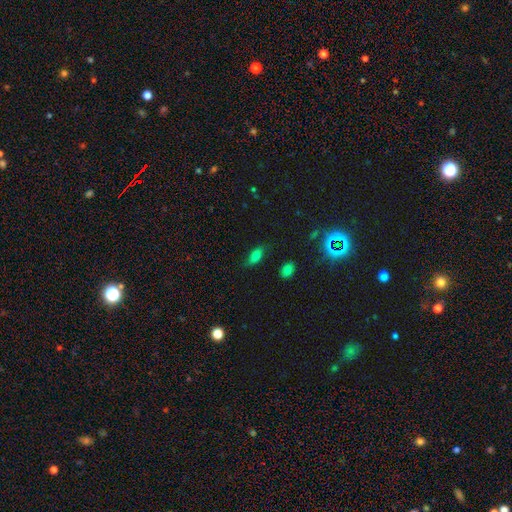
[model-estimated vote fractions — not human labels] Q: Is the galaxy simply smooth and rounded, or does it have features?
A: smooth — 70%.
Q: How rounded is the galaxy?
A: in between — 83%.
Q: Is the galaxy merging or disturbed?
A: none — 75%.